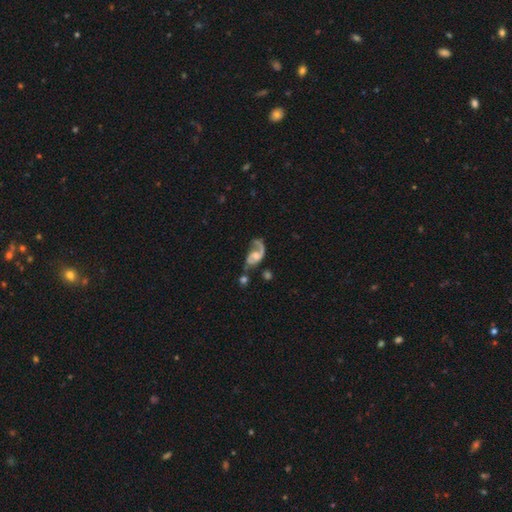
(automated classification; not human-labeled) Smooth or featured? featured or disk (82%)
Edge-on disk? no (97%)
Bar? no (56%)
Spiral arms? yes (93%)
Spiral winding? loose (48%)
Spiral arm count? 2 (62%)
Bulge size? moderate (36%, tied with small)
Merging? none (35%)